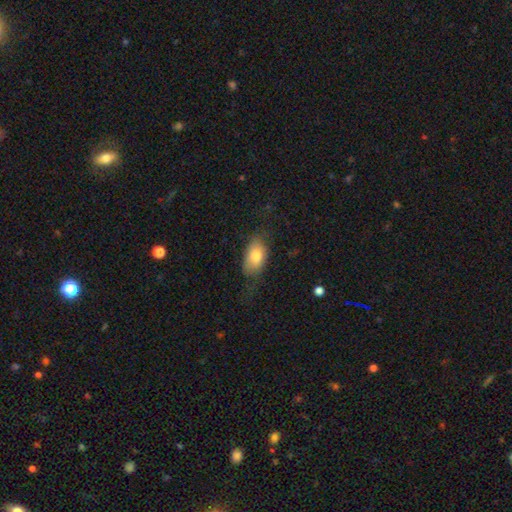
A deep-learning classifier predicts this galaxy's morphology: The model was most divided on "merging": none: 60%, minor disturbance: 25%, major disturbance: 14%, merger: 1%. More confident: how rounded — in between (91%); smooth or featured — smooth (76%).